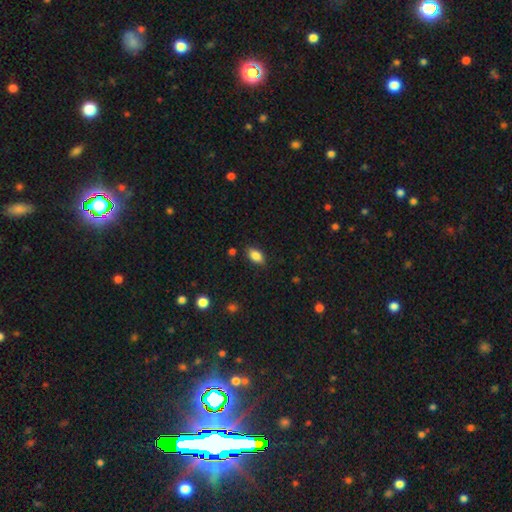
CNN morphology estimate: Overall: smooth (85%). How rounded: in between (89%). Merging: none (84%).